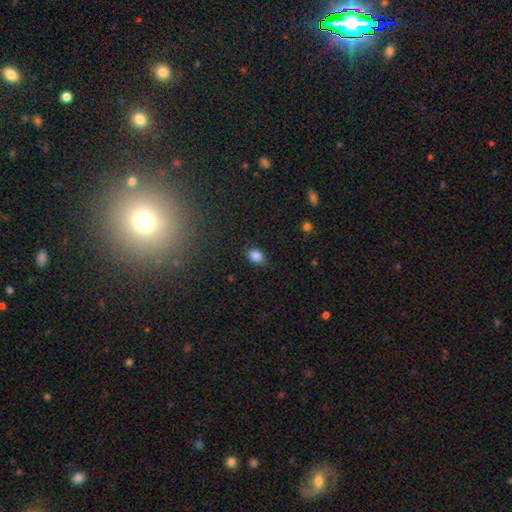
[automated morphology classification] Smooth or featured?
  - smooth: 86% *
  - star or artifact: 10%
  - featured or disk: 4%
How rounded?
  - in between: 76% *
  - round: 23%
  - cigar-shaped: 1%
Merging?
  - none: 83% *
  - minor disturbance: 13%
  - major disturbance: 3%
  - merger: 1%